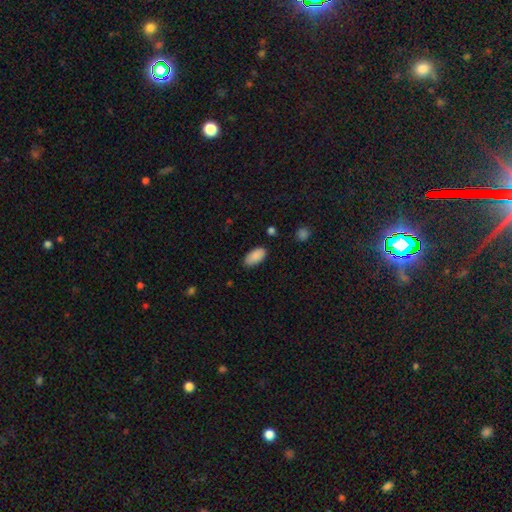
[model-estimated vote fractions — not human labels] Smooth or featured? Predicted: smooth (p=0.89). How rounded? Predicted: in between (p=0.93). Merging? Predicted: none (p=0.82).